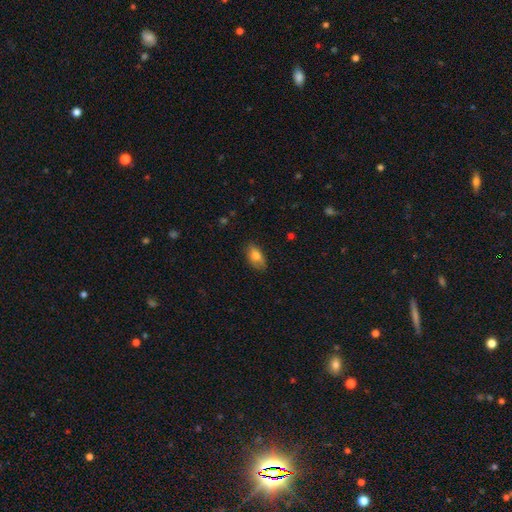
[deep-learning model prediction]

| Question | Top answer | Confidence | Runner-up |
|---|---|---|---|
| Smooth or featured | smooth | 76% | featured or disk (16%) |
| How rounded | in between | 89% | round (6%) |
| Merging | none | 76% | minor disturbance (19%) |